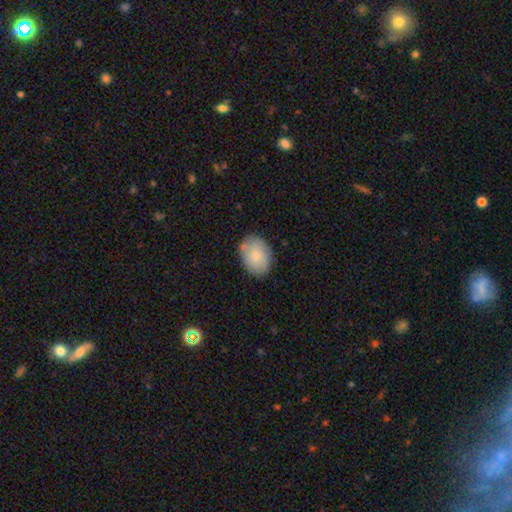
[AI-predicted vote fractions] Q: Smooth or featured?
A: smooth (82%); runner-up: featured or disk (12%)
Q: How rounded?
A: in between (74%); runner-up: round (25%)
Q: Merging?
A: none (80%); runner-up: minor disturbance (15%)